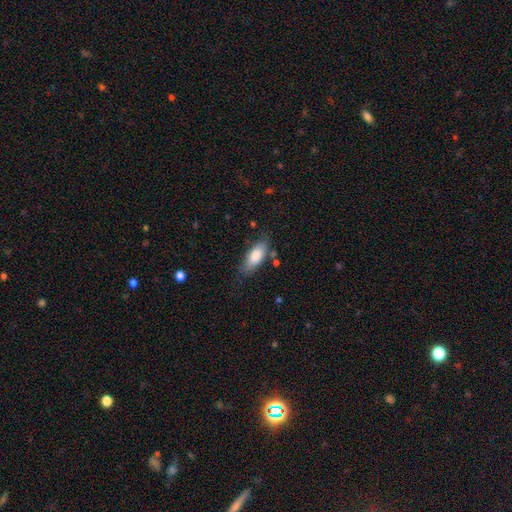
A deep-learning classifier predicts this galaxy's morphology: The model was most divided on "merging": none: 71%, minor disturbance: 20%, major disturbance: 5%, merger: 3%. More confident: smooth or featured — smooth (81%); how rounded — in between (81%).